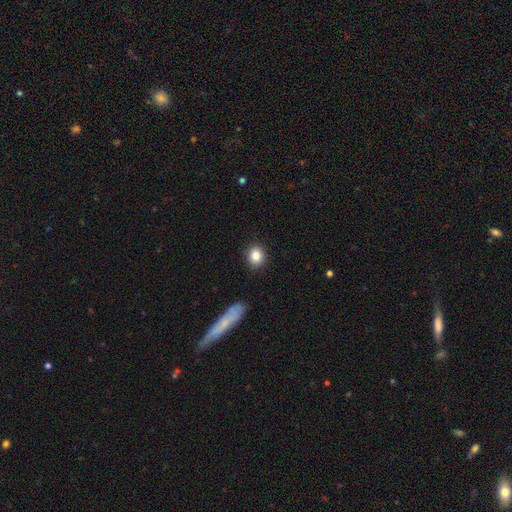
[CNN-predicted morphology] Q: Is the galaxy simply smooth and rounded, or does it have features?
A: smooth — 85%.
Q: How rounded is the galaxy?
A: round — 72%.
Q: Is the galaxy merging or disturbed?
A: none — 89%.